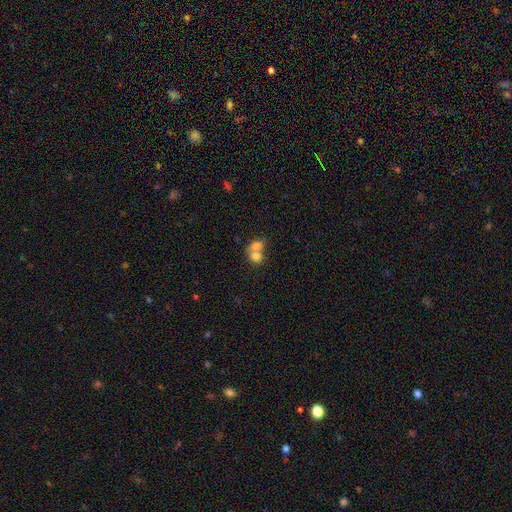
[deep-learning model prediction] This is likely a smooth galaxy (76%). How rounded: possibly round (55%). Merging: likely merger (71%).